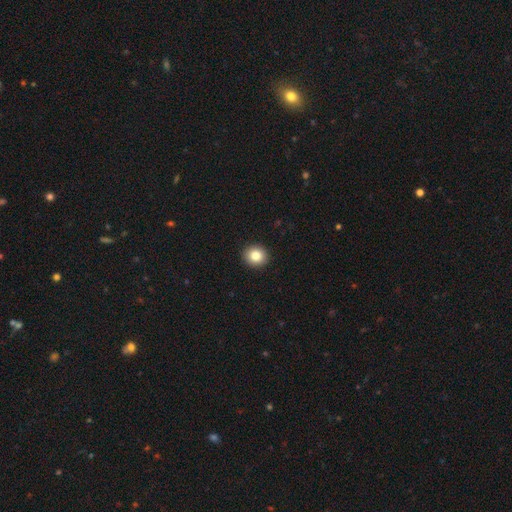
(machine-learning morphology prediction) smooth-or-featured: smooth: 84% | star or artifact: 9% | featured or disk: 7%
  how-rounded: round: 88% | in between: 12% | cigar-shaped: 1%
  merging: none: 93% | minor disturbance: 5% | major disturbance: 1% | merger: 1%